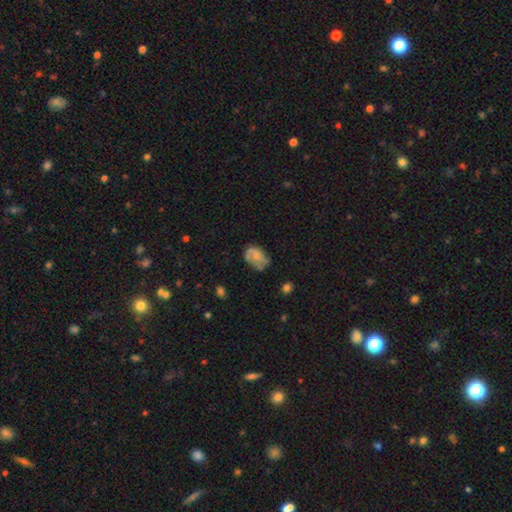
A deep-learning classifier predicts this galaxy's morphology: This is possibly a featured or disk galaxy (48%). Merging: possibly none (53%).